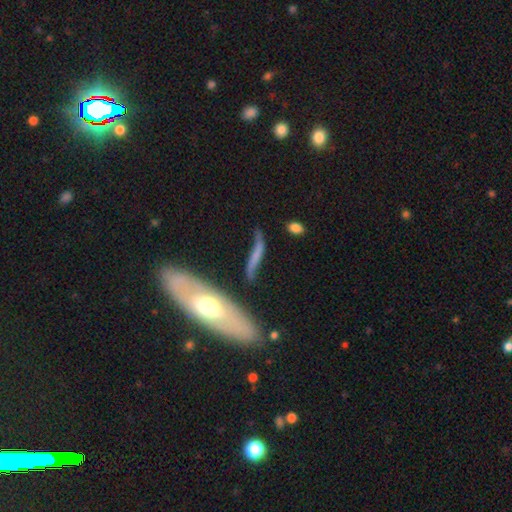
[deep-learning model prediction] smooth_or_featured: featured or disk (p=0.52) [alt: smooth p=0.39]
disk_edge_on: yes (p=0.56) [alt: no p=0.44]
merging: none (p=0.58) [alt: minor disturbance p=0.22]